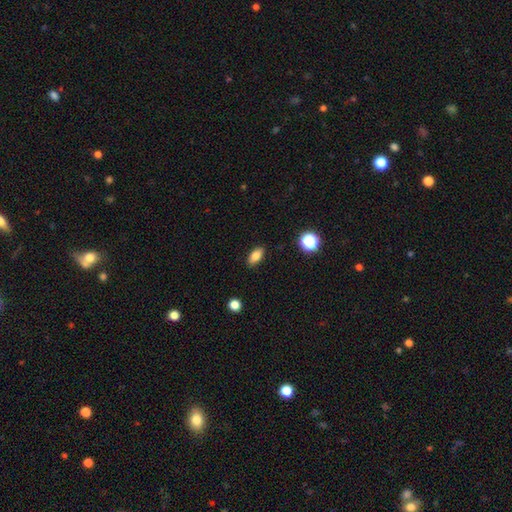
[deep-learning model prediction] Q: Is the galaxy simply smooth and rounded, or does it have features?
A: smooth — 82%.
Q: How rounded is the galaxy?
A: in between — 85%.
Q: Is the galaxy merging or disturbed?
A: none — 88%.